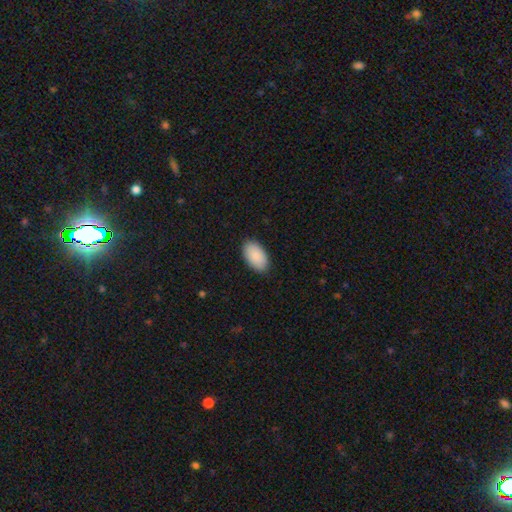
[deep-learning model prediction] smooth 90%, star or artifact 6%, featured or disk 4%. Down the decision tree: how rounded — in between (96%); merging — none (89%).